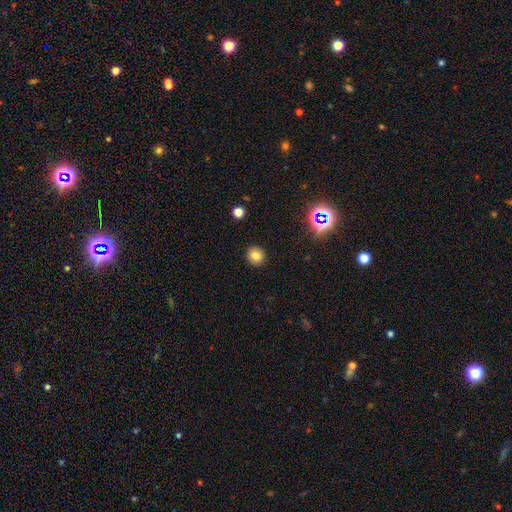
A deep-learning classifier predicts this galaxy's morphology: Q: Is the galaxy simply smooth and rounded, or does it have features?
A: smooth — 79%.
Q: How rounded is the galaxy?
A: round — 89%.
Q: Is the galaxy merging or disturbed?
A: none — 92%.